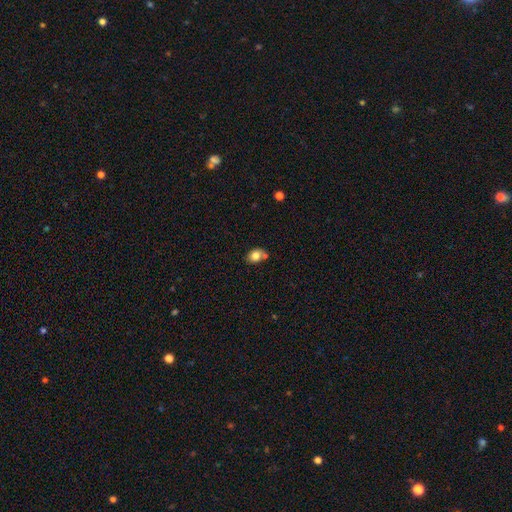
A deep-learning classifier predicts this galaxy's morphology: Smooth or featured: smooth — 79% (featured or disk — 11%)
How rounded: in between — 51% (round — 48%)
Merging: none — 55% (merger — 22%)